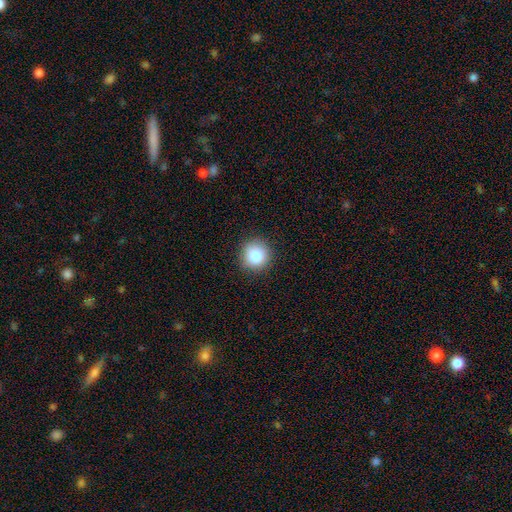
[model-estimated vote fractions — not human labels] This appears to be a smooth galaxy with no disk features (85%) that is round (92%). Merging: none (89%).